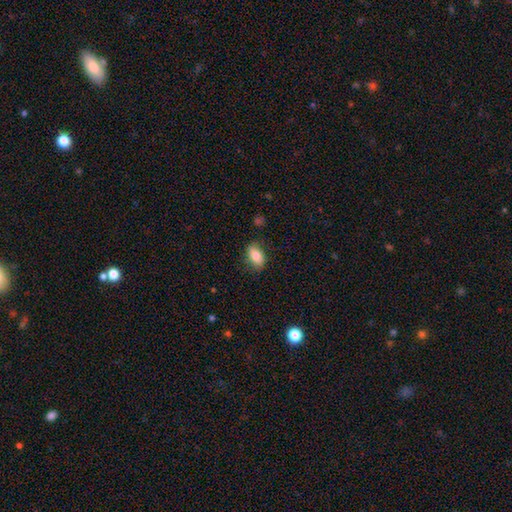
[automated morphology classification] Smooth or featured? smooth (81%)
How rounded? in between (89%)
Merging? none (79%)